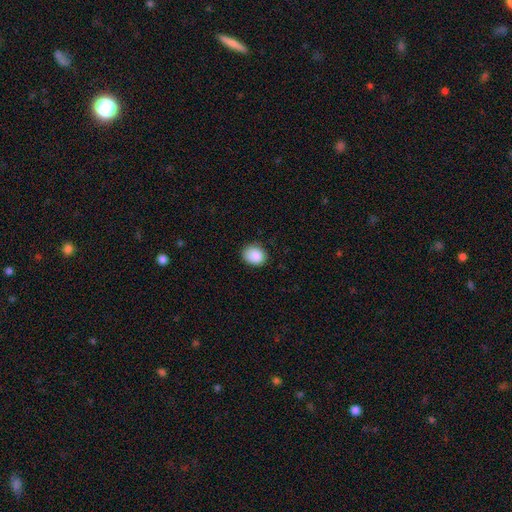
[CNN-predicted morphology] type=smooth (88%); roundness=round (61%); merging=none (82%).